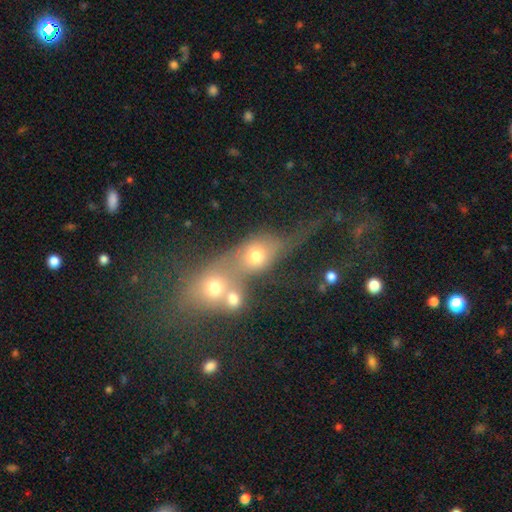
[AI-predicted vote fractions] Q: Smooth or featured?
A: smooth (55%); runner-up: featured or disk (27%)
Q: How rounded?
A: round (55%); runner-up: in between (40%)
Q: Merging?
A: merger (65%); runner-up: none (17%)